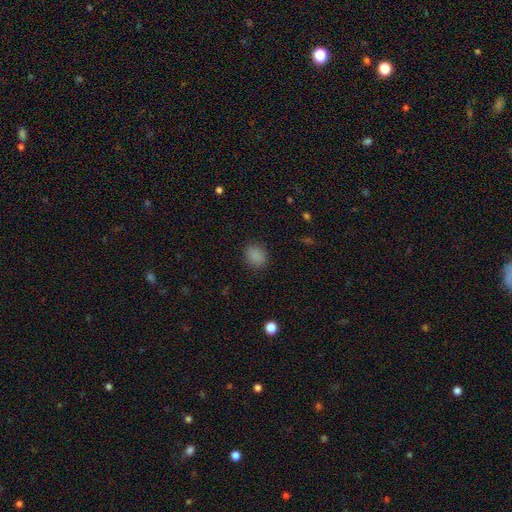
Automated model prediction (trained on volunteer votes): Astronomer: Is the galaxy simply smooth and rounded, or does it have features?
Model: smooth — 85%.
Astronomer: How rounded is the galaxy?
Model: round — 65%.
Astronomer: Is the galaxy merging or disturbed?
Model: none — 87%.